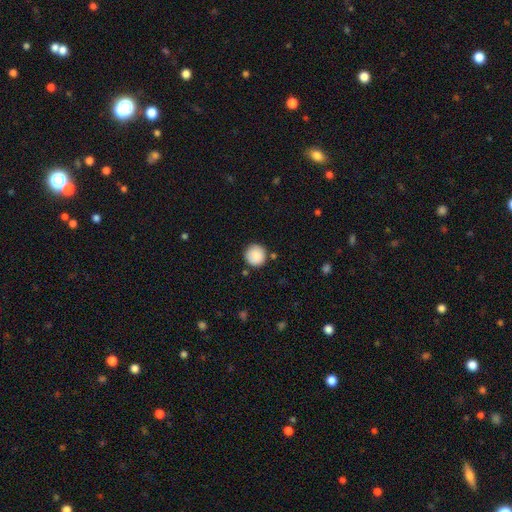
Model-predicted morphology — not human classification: This appears to be a smooth galaxy with no disk features (87%) that is round (95%). Merging: none (85%).